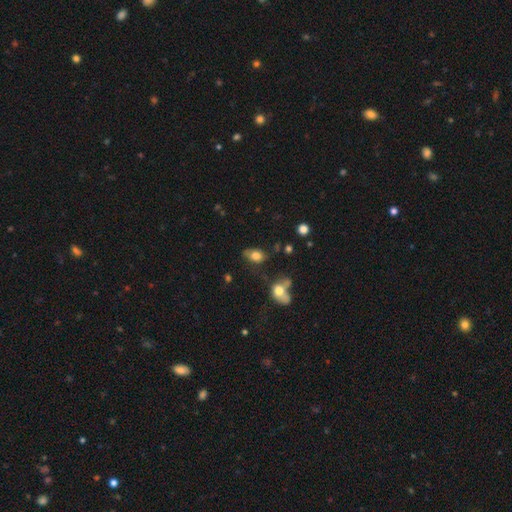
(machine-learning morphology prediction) A smooth galaxy with no disk features (77%) that is in between round and cigar-shaped (85%). Merging: none (54%).